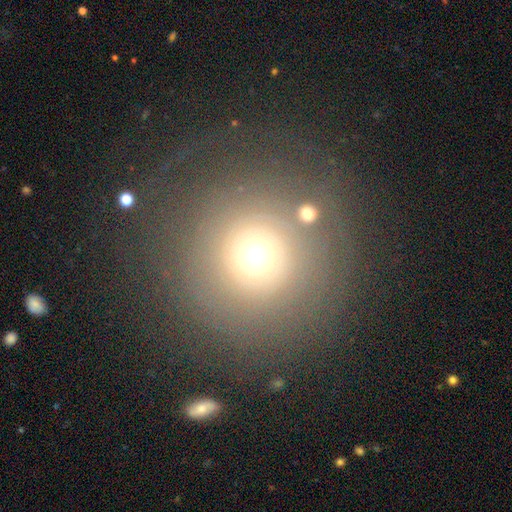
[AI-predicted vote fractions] smooth_or_featured: smooth (p=0.57) [alt: featured or disk p=0.26]
how_rounded: round (p=0.95) [alt: in between p=0.04]
merging: none (p=0.71) [alt: major disturbance p=0.12]